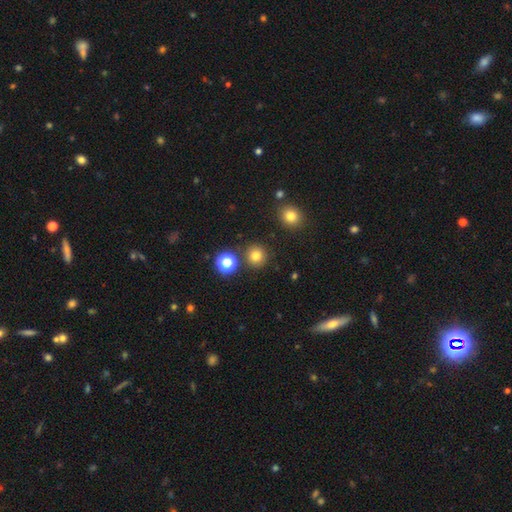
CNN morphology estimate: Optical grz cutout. It shows a smooth galaxy with no disk features (78%) that is round (94%). Merging: none (86%).